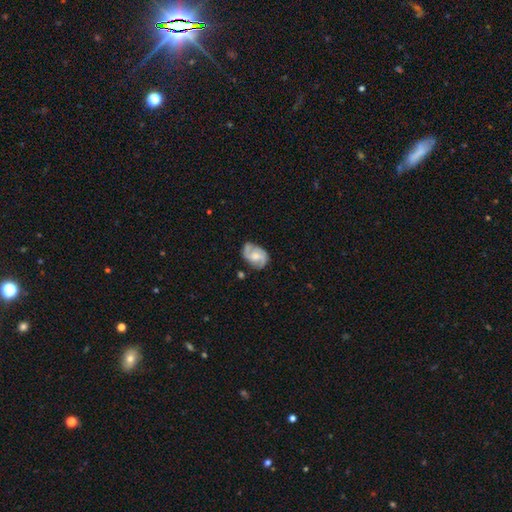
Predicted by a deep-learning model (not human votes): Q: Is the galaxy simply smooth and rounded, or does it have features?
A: featured or disk — 70%.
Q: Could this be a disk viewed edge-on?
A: no — 97%.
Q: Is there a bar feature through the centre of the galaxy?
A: no — 50%.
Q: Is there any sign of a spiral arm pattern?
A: yes — 91%.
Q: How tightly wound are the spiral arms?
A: medium — 48%.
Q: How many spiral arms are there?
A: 2 — 80%.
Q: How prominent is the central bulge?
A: moderate — 51%.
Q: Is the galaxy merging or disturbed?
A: none — 69%.